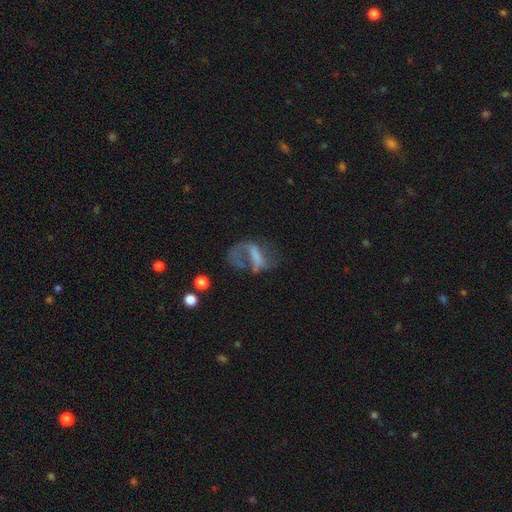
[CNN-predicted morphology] type=featured or disk (58%); edge-on=no (94%); bar=no (38%); spiral arms=yes (50%, tied with no); bulge=none (54%); merging=major disturbance (47%).